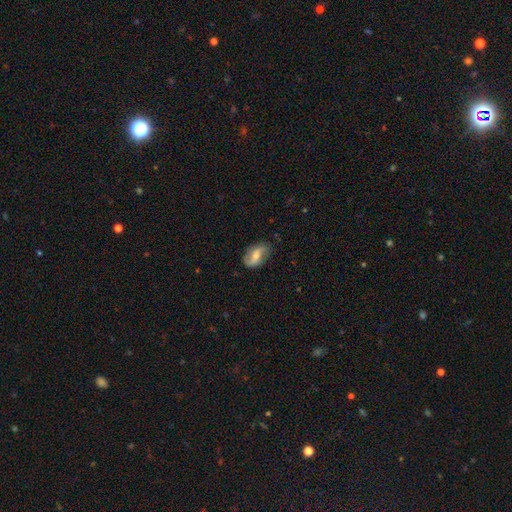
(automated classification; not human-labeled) featured or disk 59%, smooth 34%, star or artifact 7%. Down the decision tree: edge-on disk — no (95%); bar — weak (41%); spiral arms — yes (86%); bulge size — moderate (54%); merging — none (72%).